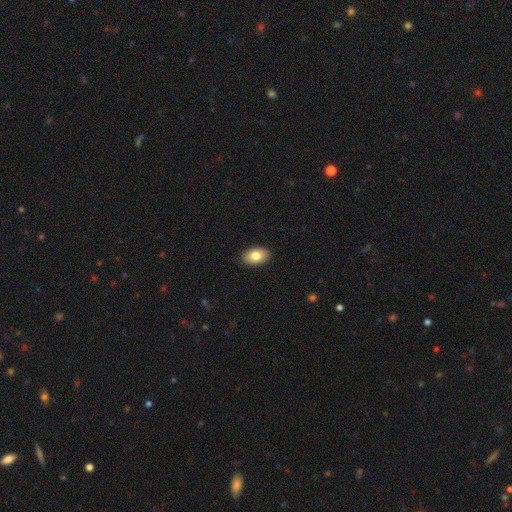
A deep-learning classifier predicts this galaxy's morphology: A smooth galaxy with no disk features (80%) that is in between round and cigar-shaped (90%). Merging: none (91%).